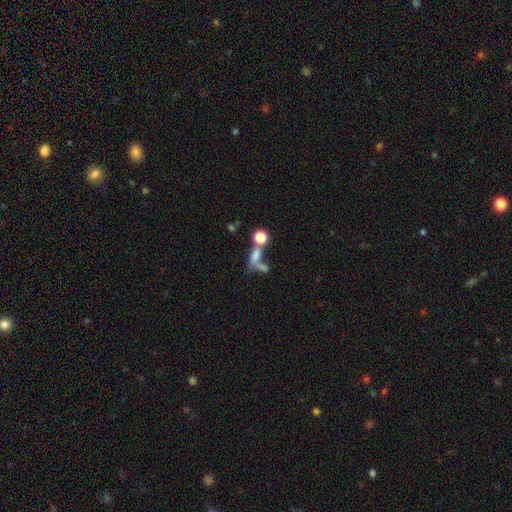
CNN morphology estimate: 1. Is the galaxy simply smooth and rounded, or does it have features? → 64% smooth, 20% featured or disk, 16% star or artifact.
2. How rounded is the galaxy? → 55% in between, 29% round, 15% cigar-shaped.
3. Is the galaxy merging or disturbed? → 45% merger, 28% none, 17% major disturbance, 11% minor disturbance.